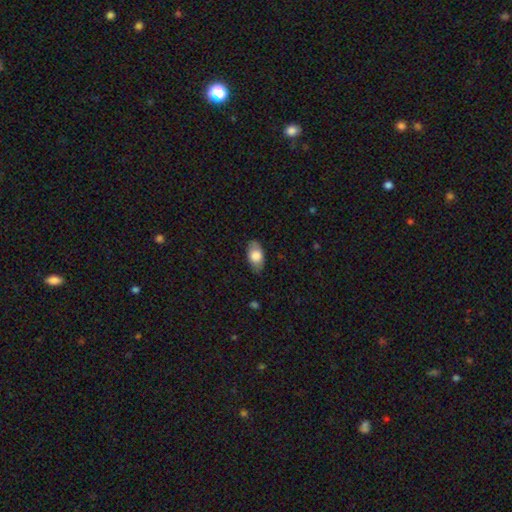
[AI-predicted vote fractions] Morphology: type=smooth (76%); roundness=in between (91%); merging=none (80%).